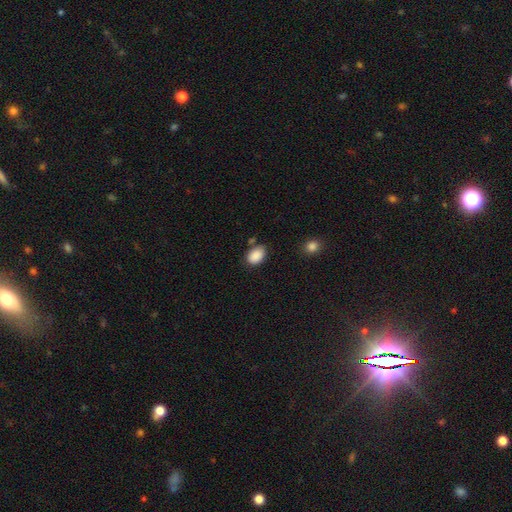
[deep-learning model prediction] This appears to be a smooth galaxy with no disk features (89%) that is in between round and cigar-shaped (80%). Merging: none (72%).